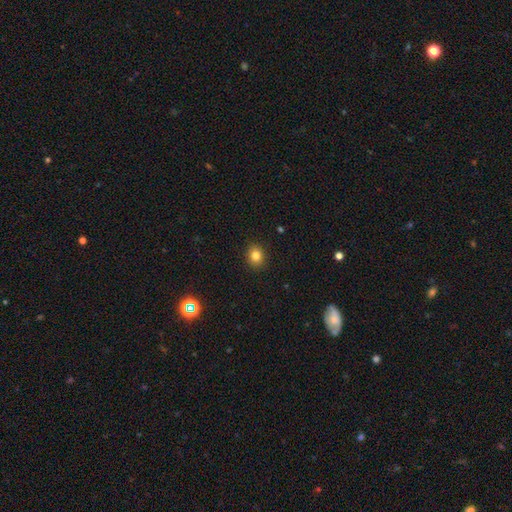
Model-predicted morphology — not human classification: Smooth or featured: smooth — 82% (star or artifact — 12%)
How rounded: round — 66% (in between — 33%)
Merging: none — 90% (minor disturbance — 7%)